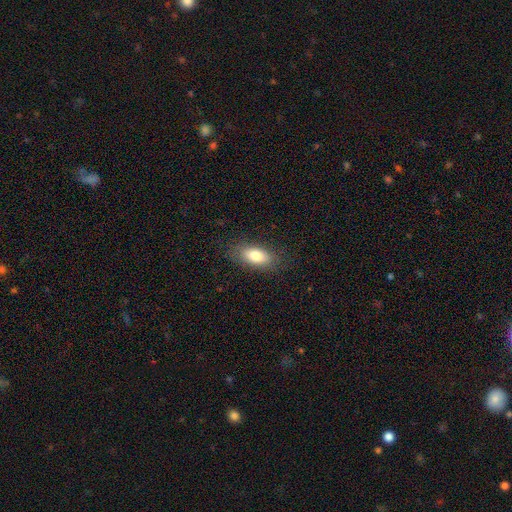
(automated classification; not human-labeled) The model was most divided on "smooth or featured": smooth: 80%, featured or disk: 13%, star or artifact: 7%. More confident: how rounded — in between (88%); merging — none (84%).